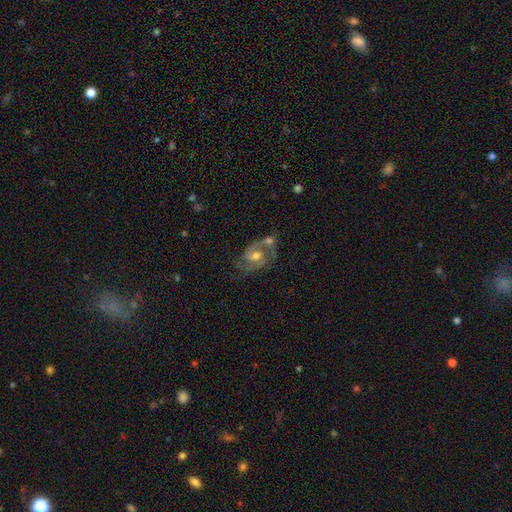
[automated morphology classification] Overall: featured or disk (87%). Edge-on disk: no (97%). Bar: weak (45%; no 43%). Spiral arms: yes (96%). Spiral arm count: 2 (86%). Spiral winding: medium (59%; tight 25%). Bulge size: moderate (64%; small 28%). Merging: none (57%; merger 17%).